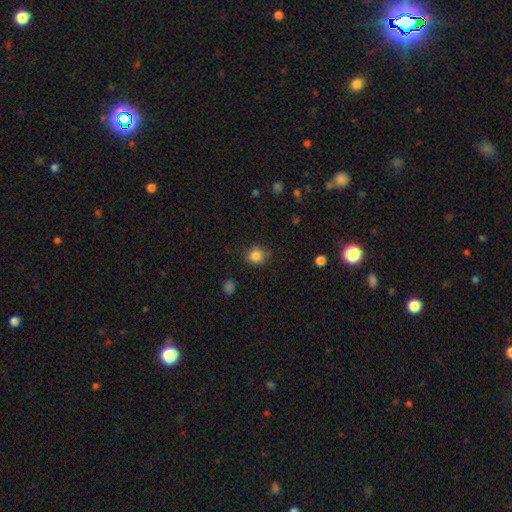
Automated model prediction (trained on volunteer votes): A smooth galaxy with no disk features (84%) that is round (84%).

Vote fractions:
- Smooth or featured? smooth: 84% / star or artifact: 11% / featured or disk: 5%
- How rounded? round: 84% / in between: 15% / cigar-shaped: 1%
- Merging? none: 78% / minor disturbance: 17% / major disturbance: 4% / merger: 2%